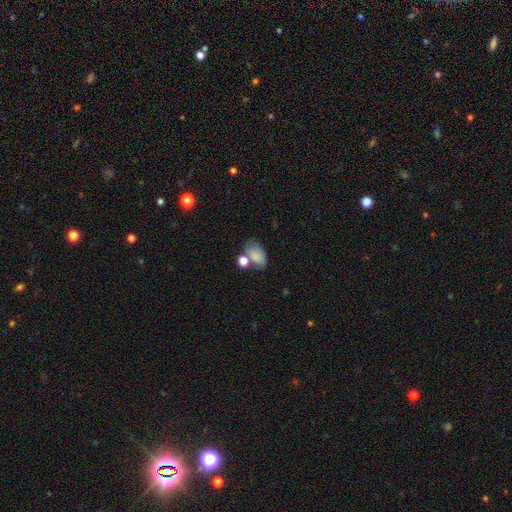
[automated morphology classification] smooth 79%, featured or disk 12%, star or artifact 9%. Down the decision tree: how rounded — in between (85%); merging — none (44%).